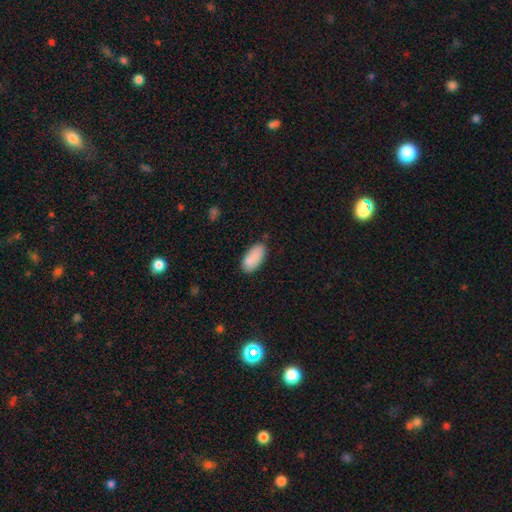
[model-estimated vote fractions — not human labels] smooth 87%, star or artifact 7%, featured or disk 6%. Down the decision tree: how rounded — in between (92%); merging — none (76%).